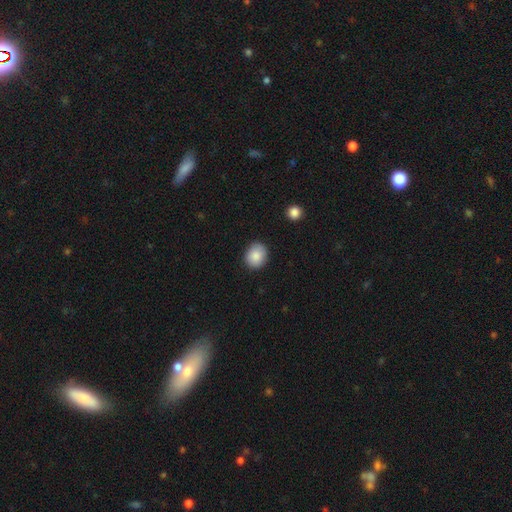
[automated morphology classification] smooth 87%, star or artifact 7%, featured or disk 5%. Down the decision tree: how rounded — round (62%); merging — none (87%).